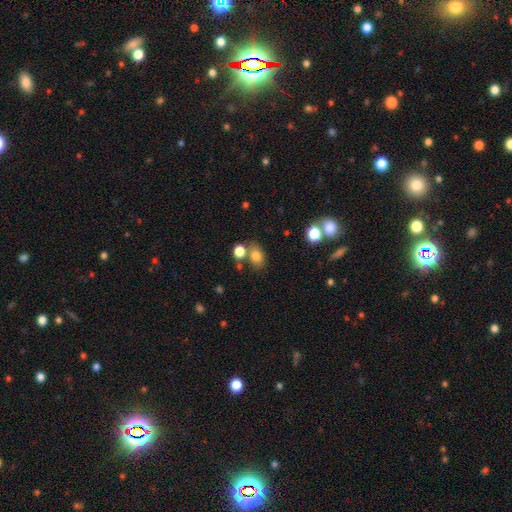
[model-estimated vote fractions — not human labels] Overall: smooth (79%). How rounded: in between (65%; round 34%). Merging: none (62%).